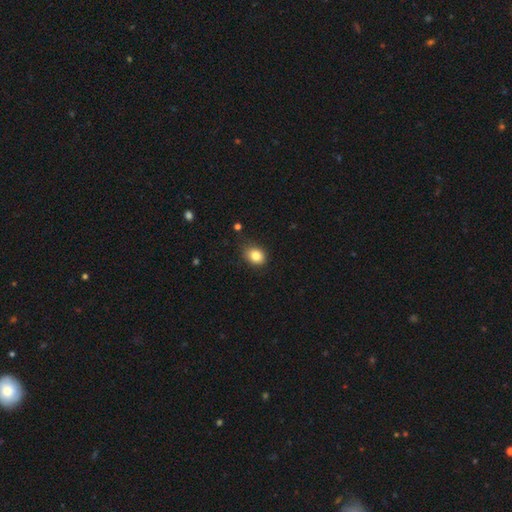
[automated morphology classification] smooth-or-featured: smooth: 83% | star or artifact: 10% | featured or disk: 7%
  how-rounded: in between: 55% | round: 44% | cigar-shaped: 1%
  merging: none: 78% | minor disturbance: 17% | major disturbance: 3% | merger: 2%